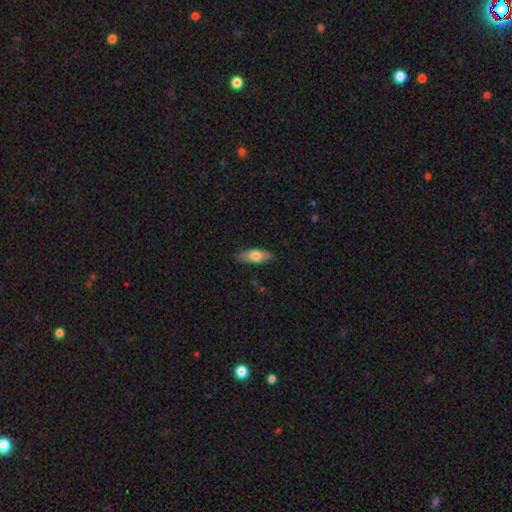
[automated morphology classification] smooth-or-featured: smooth: 70% | featured or disk: 24% | star or artifact: 6%
  how-rounded: in between: 77% | cigar-shaped: 20% | round: 3%
  merging: none: 83% | minor disturbance: 14% | major disturbance: 2% | merger: 1%